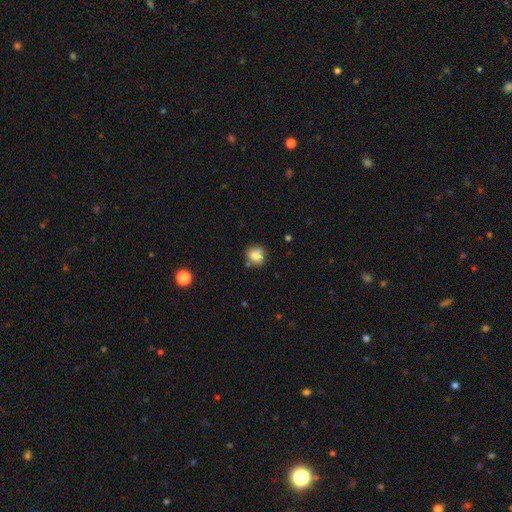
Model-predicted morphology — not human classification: smooth_or_featured: smooth (p=0.76) [alt: featured or disk p=0.13]
how_rounded: round (p=0.80) [alt: in between p=0.19]
merging: none (p=0.71) [alt: minor disturbance p=0.16]